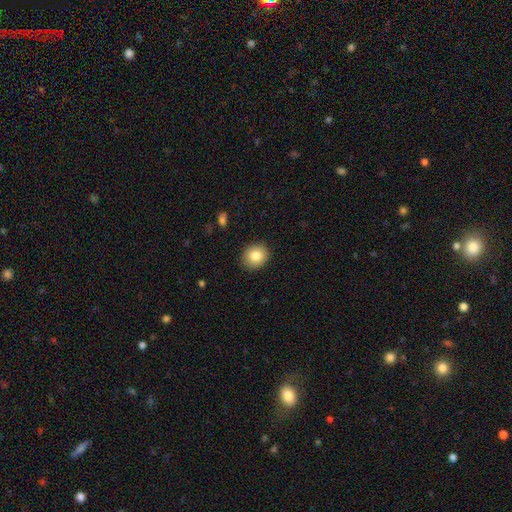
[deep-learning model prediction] Morphology: type=smooth (83%); roundness=round (73%); merging=none (90%).